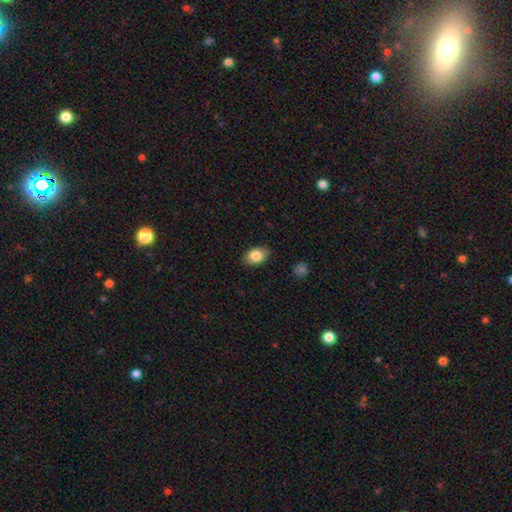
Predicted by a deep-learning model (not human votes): Smooth or featured: smooth — 84% (featured or disk — 9%)
How rounded: in between — 81% (round — 18%)
Merging: none — 84% (minor disturbance — 12%)